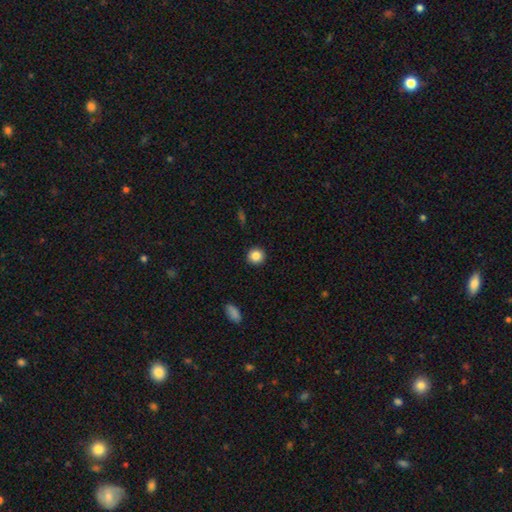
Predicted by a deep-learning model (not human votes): Smooth or featured? Predicted: smooth (p=0.86). How rounded? Predicted: round (p=0.93). Merging? Predicted: none (p=0.93).